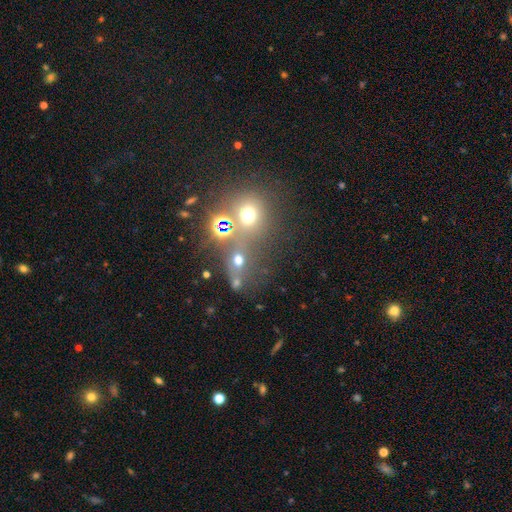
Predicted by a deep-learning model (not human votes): Smooth or featured? Predicted: smooth (p=0.45). Merging? Predicted: none (p=0.46).